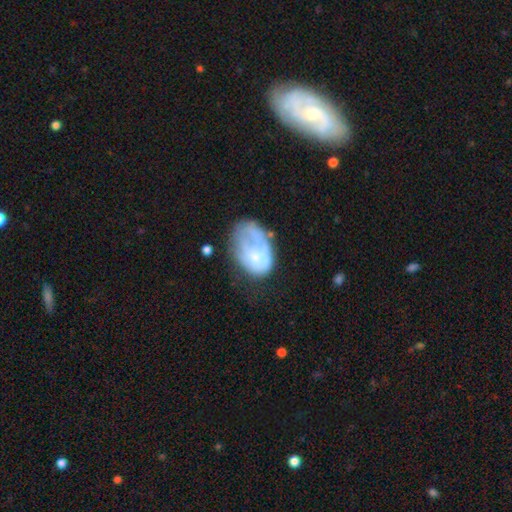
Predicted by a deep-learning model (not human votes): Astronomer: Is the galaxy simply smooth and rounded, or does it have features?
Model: featured or disk — 47% (runner-up: smooth, 45%).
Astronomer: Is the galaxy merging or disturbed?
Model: none — 36% (runner-up: minor disturbance, 30%).